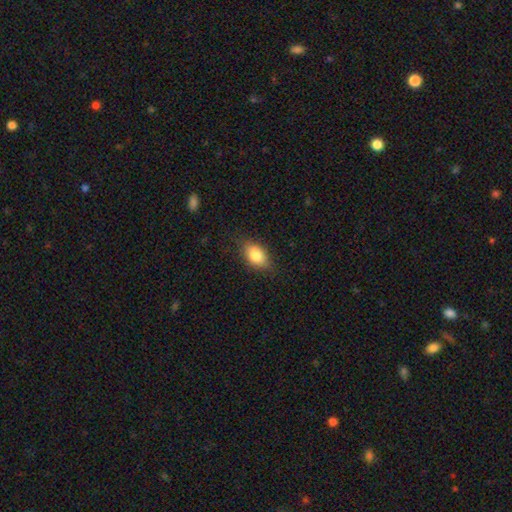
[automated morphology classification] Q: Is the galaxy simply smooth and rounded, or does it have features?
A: smooth — 83%.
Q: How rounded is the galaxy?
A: in between — 88%.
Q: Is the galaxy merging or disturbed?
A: none — 80%.